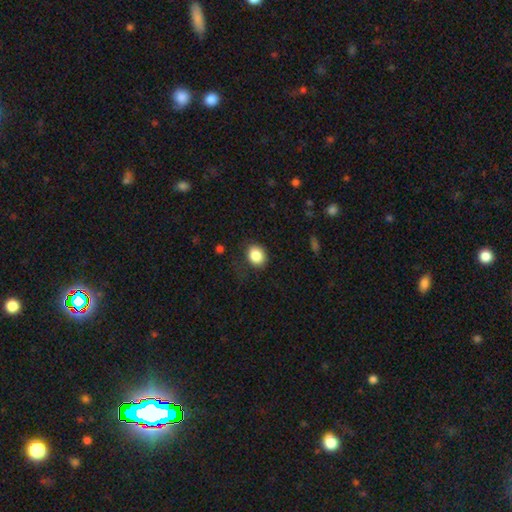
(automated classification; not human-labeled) Overall: smooth (86%). How rounded: round (57%; in between 42%). Merging: none (79%).